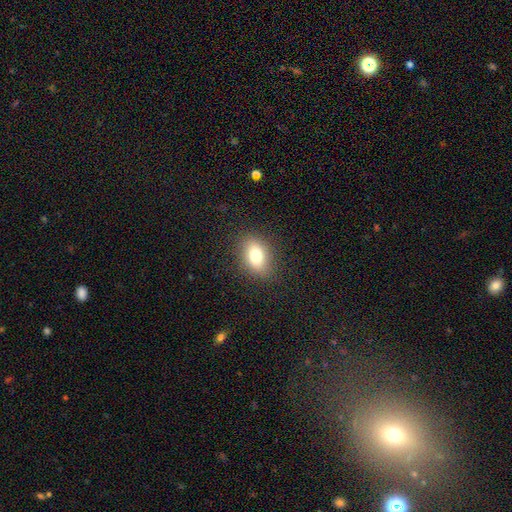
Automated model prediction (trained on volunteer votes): smooth-or-featured: smooth: 77% | featured or disk: 12% | star or artifact: 11%
  how-rounded: in between: 74% | round: 24% | cigar-shaped: 2%
  merging: none: 86% | minor disturbance: 10% | major disturbance: 3% | merger: 1%